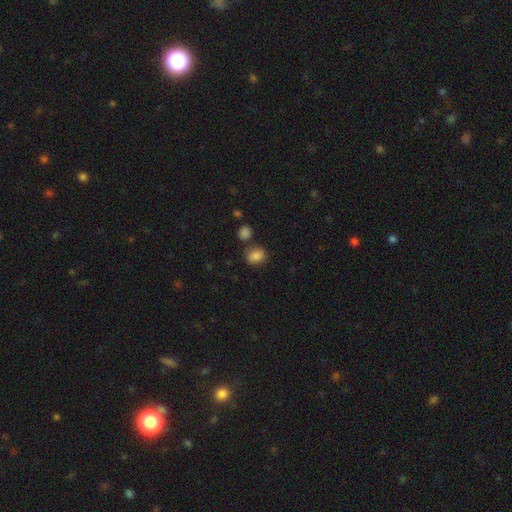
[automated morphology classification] type=smooth (85%); roundness=in between (52%); merging=none (72%).